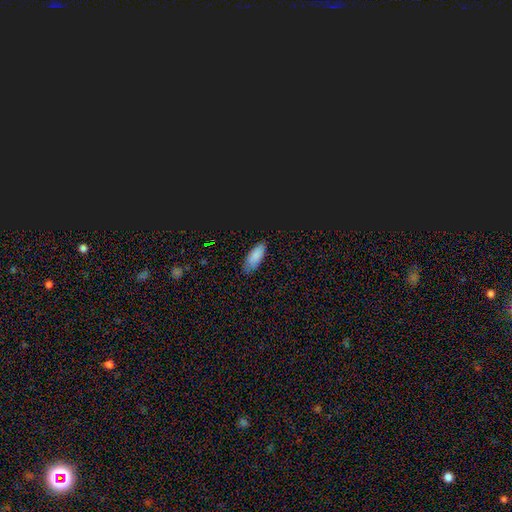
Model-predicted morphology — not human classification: type=smooth (78%); roundness=in between (82%); merging=none (80%).